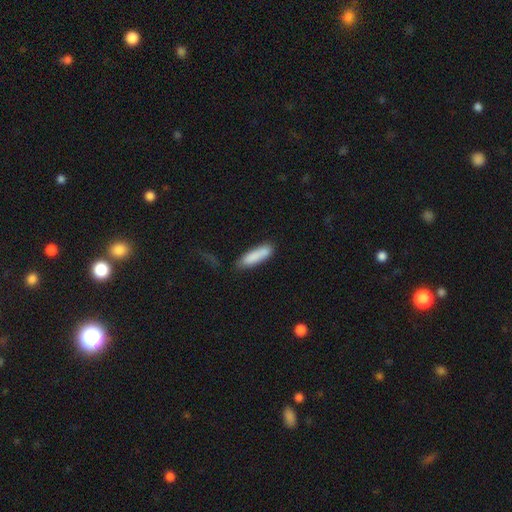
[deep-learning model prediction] smooth 86%, featured or disk 8%, star or artifact 6%. Down the decision tree: how rounded — cigar-shaped (69%); merging — none (71%).